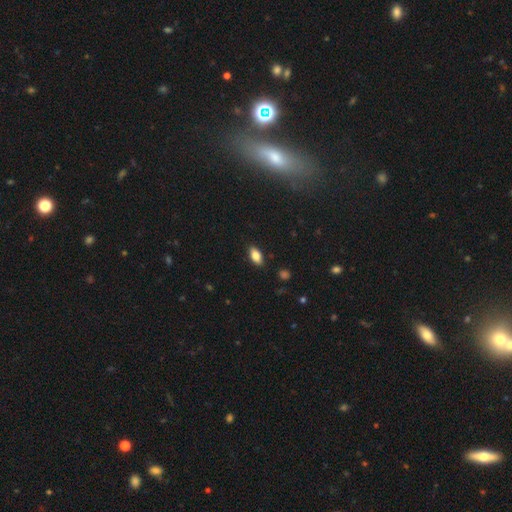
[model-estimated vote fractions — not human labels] Smooth or featured? smooth (84%)
How rounded? in between (90%)
Merging? none (86%)